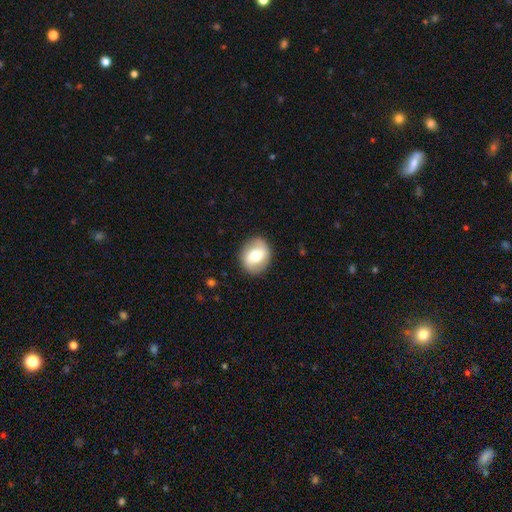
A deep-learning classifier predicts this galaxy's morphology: Smooth or featured: smooth — 57% (featured or disk — 36%)
How rounded: round — 67% (in between — 32%)
Merging: none — 87% (minor disturbance — 9%)